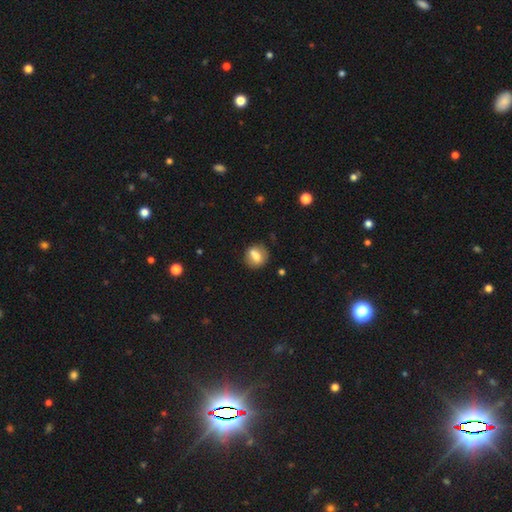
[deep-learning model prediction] Q: Smooth or featured?
A: smooth (68%); runner-up: featured or disk (24%)
Q: How rounded?
A: round (70%); runner-up: in between (28%)
Q: Merging?
A: none (68%); runner-up: minor disturbance (14%)